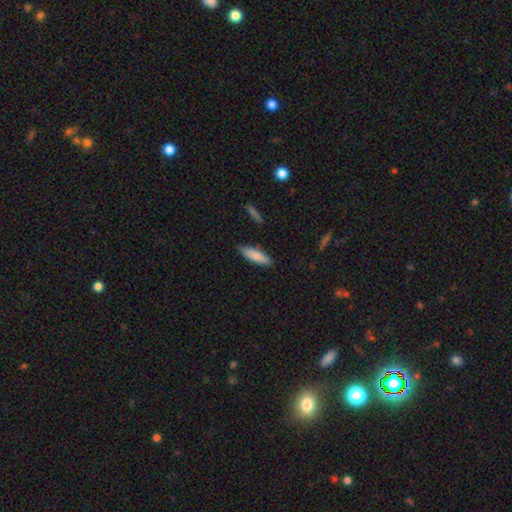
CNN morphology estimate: A smooth galaxy with no disk features (81%) that is cigar-shaped (54%). Merging: none (82%).